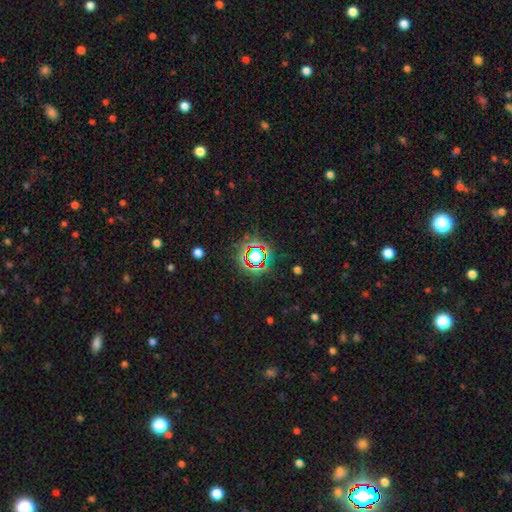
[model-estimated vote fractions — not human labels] Q: Smooth or featured?
A: star or artifact (68%); runner-up: smooth (20%)